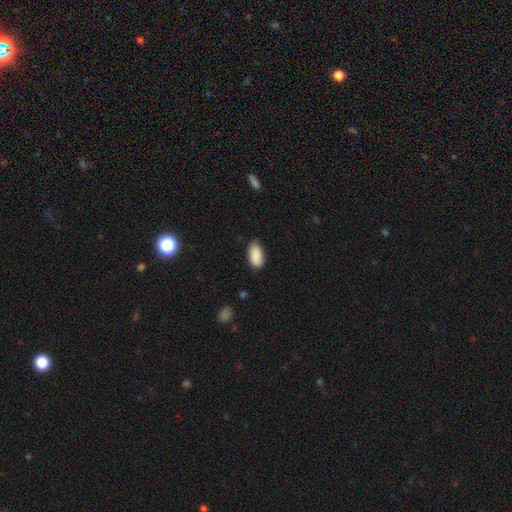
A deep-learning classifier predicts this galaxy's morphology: Smooth or featured? smooth (89%)
How rounded? in between (95%)
Merging? none (78%)